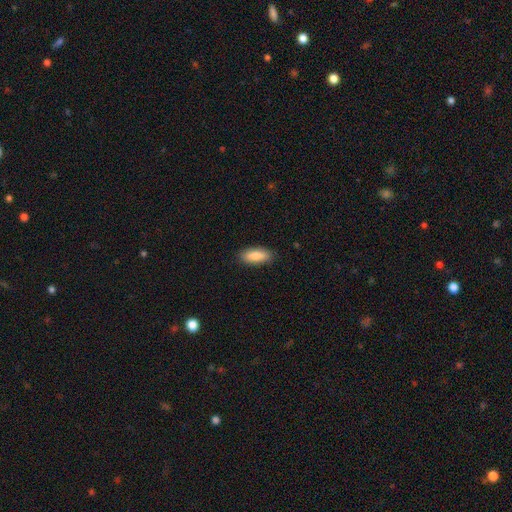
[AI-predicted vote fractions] smooth 87%, featured or disk 7%, star or artifact 6%. Down the decision tree: how rounded — in between (76%); merging — none (87%).